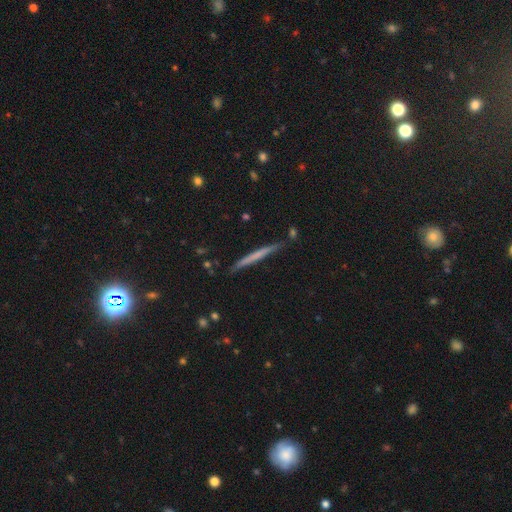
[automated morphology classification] A smooth galaxy with no disk features (51%) that is cigar-shaped (97%).

Vote fractions:
- Smooth or featured? smooth: 51% / featured or disk: 43% / star or artifact: 6%
- How rounded? cigar-shaped: 97% / in between: 2% / round: 1%
- Merging? none: 86% / minor disturbance: 10% / merger: 2% / major disturbance: 2%